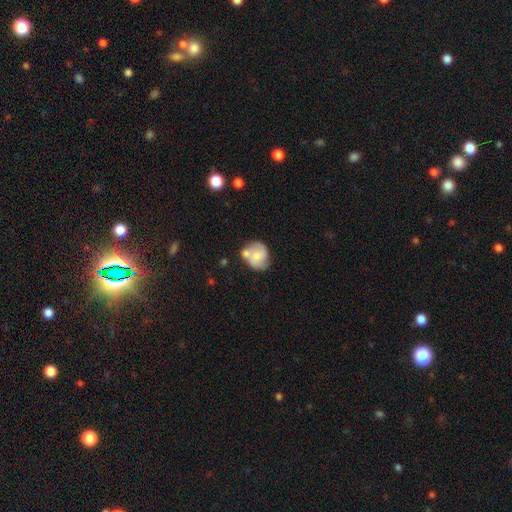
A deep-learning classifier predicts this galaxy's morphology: Smooth or featured: smooth — 51% (featured or disk — 42%)
How rounded: round — 65% (in between — 34%)
Merging: none — 44% (merger — 27%)